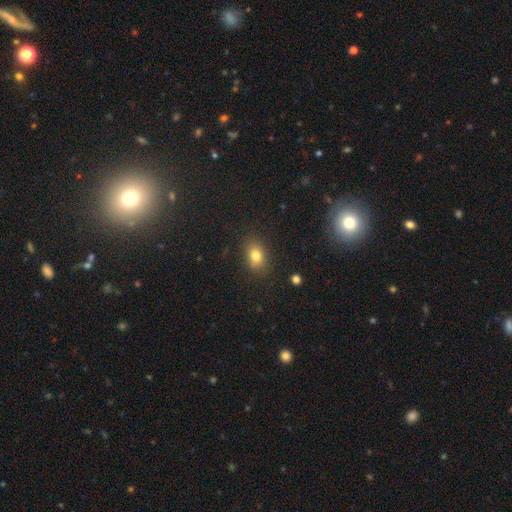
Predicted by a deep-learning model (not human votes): smooth 79%, star or artifact 12%, featured or disk 9%. Down the decision tree: how rounded — in between (74%); merging — none (82%).